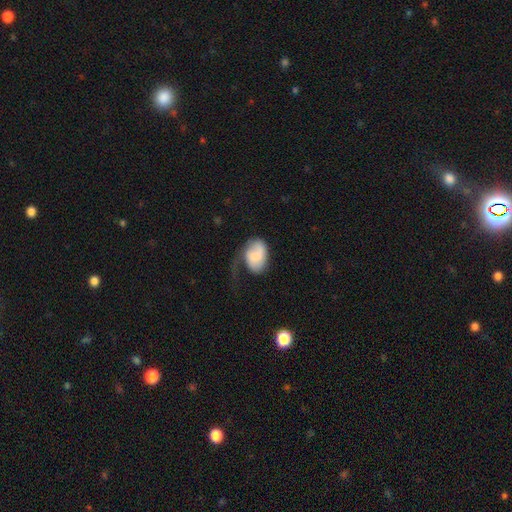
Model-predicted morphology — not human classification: smooth 60%, featured or disk 33%, star or artifact 7%. Down the decision tree: how rounded — in between (80%); merging — major disturbance (43%).